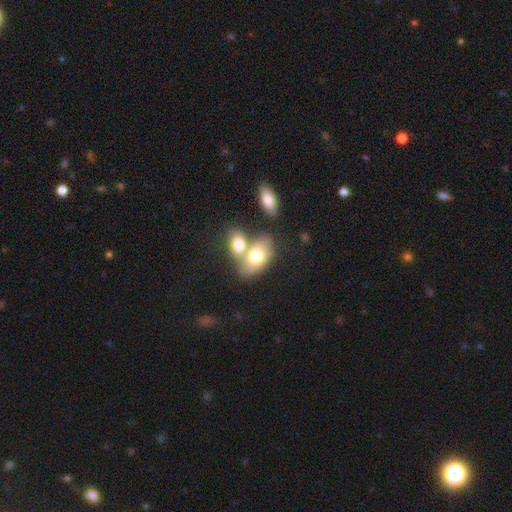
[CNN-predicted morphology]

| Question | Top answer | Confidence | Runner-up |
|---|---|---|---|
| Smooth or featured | smooth | 72% | featured or disk (21%) |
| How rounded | in between | 87% | round (11%) |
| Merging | merger | 57% | none (29%) |